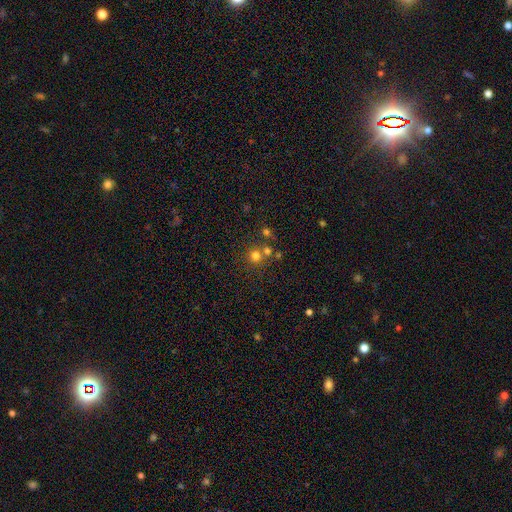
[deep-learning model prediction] smooth_or_featured: smooth (p=0.72) [alt: star or artifact p=0.18]
how_rounded: round (p=0.91) [alt: in between p=0.08]
merging: none (p=0.63) [alt: merger p=0.26]